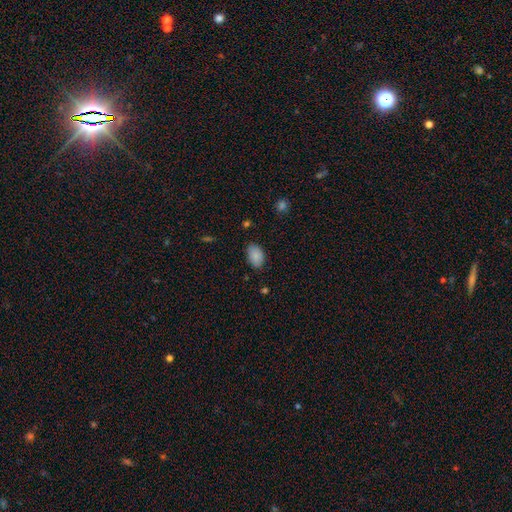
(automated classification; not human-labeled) Smooth or featured?
  - smooth: 85% *
  - star or artifact: 8%
  - featured or disk: 7%
How rounded?
  - in between: 89% *
  - round: 10%
  - cigar-shaped: 1%
Merging?
  - none: 81% *
  - minor disturbance: 15%
  - major disturbance: 3%
  - merger: 1%